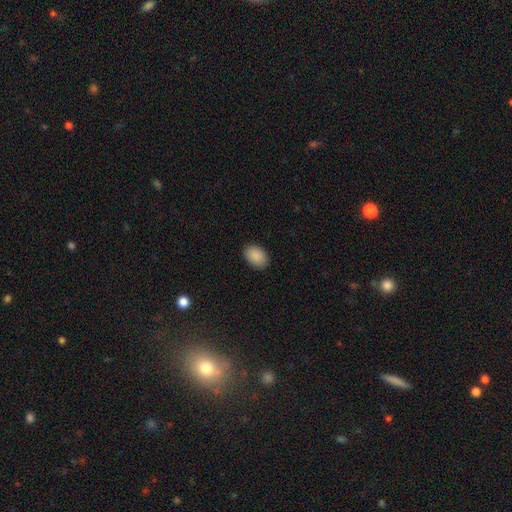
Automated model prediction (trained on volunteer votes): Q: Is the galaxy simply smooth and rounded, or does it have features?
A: smooth — 90%.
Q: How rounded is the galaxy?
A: in between — 83%.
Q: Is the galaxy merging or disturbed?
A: none — 89%.